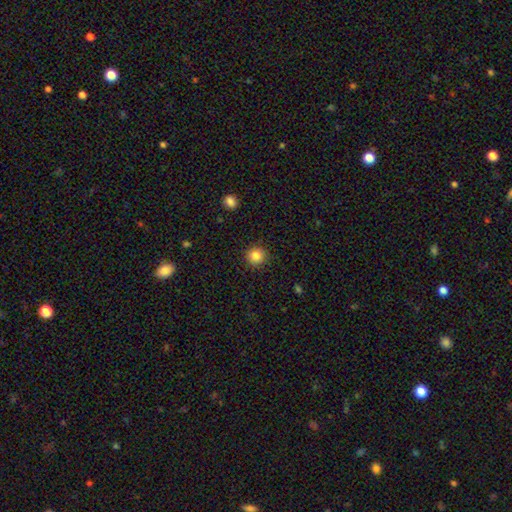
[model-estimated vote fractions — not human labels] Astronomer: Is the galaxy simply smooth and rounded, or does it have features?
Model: smooth — 85%.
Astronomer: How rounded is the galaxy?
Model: round — 93%.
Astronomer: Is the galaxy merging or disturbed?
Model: none — 91%.